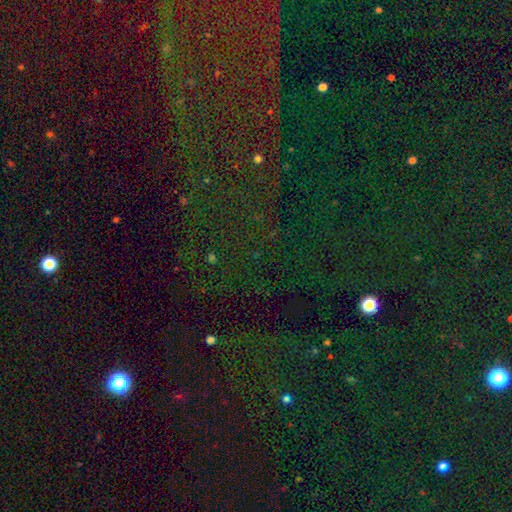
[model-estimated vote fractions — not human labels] The model was most divided on "smooth or featured": star or artifact: 78%, smooth: 12%, featured or disk: 10%.